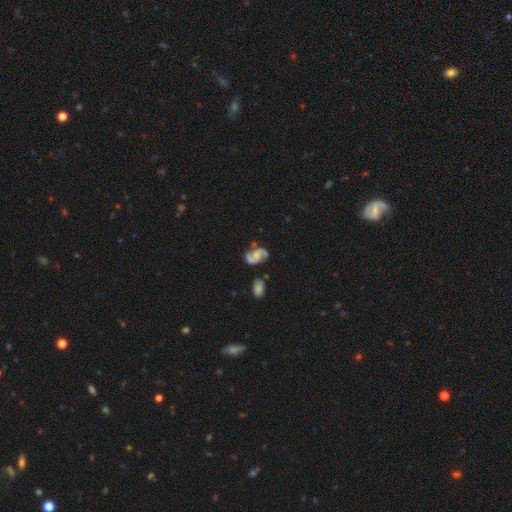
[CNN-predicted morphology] smooth-or-featured: featured or disk: 81% | smooth: 12% | star or artifact: 6%
  disk-edge-on: no: 98% | yes: 2%
    bar: no: 57% | weak: 35% | strong: 8%
    has-spiral-arms: yes: 95% | no: 5%
      spiral-winding: medium: 51% | loose: 30% | tight: 19%
      spiral-arm-count: 2: 91% | can't tell: 4% | 1: 2% | 3: 1% | 4: 1% | more than 4: 1%
    bulge-size: small: 37% | moderate: 30% | none: 27% | large: 5% | dominant: 2%
  merging: none: 65% | minor disturbance: 19% | merger: 9% | major disturbance: 8%